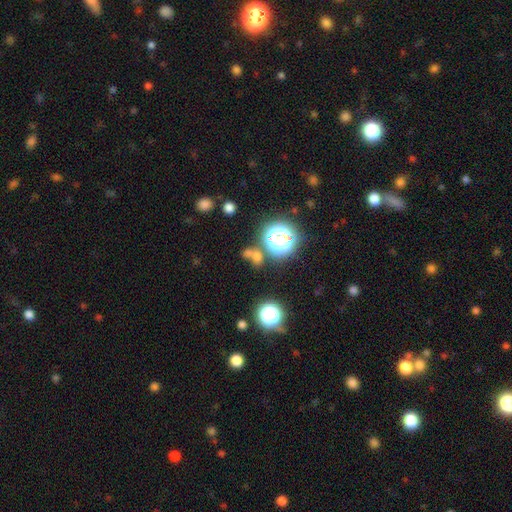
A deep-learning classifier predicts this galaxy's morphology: A smooth galaxy with no disk features (55%) that is round (67%).

Vote fractions:
- Smooth or featured? smooth: 55% / star or artifact: 34% / featured or disk: 11%
- How rounded? round: 67% / in between: 30% / cigar-shaped: 2%
- Merging? none: 49% / merger: 29% / minor disturbance: 12% / major disturbance: 9%